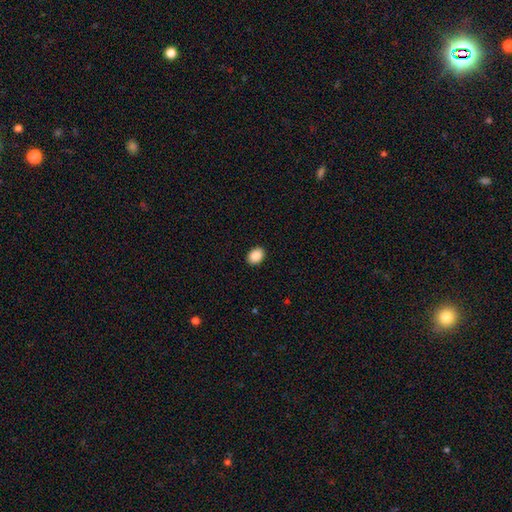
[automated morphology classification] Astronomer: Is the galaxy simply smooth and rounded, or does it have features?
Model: smooth — 89%.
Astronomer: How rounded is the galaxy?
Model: in between — 71%.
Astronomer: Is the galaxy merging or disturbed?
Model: none — 91%.